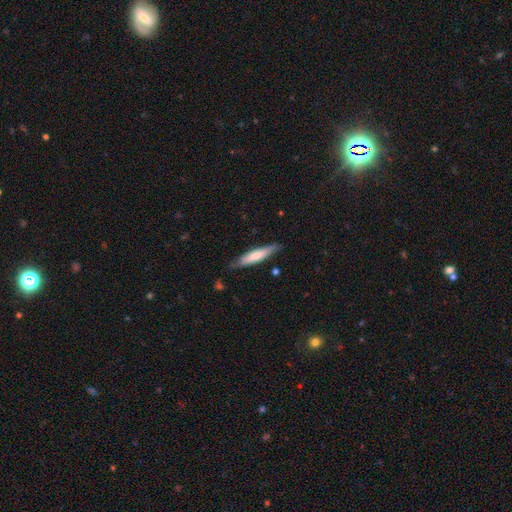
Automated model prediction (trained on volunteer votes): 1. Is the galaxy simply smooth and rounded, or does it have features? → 66% smooth, 29% featured or disk, 5% star or artifact.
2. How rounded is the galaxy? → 82% cigar-shaped, 17% in between, 1% round.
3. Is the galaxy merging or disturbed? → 77% none, 18% minor disturbance, 3% major disturbance, 1% merger.